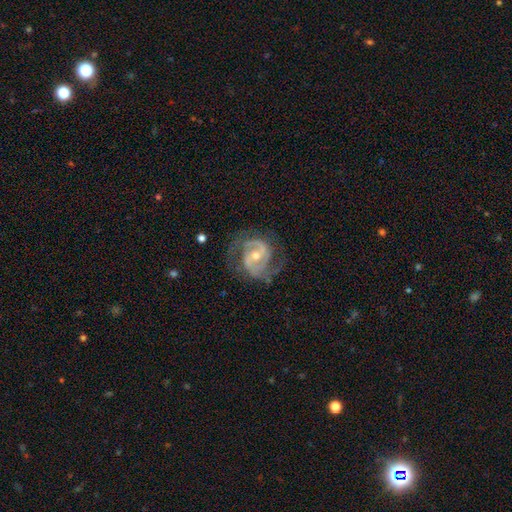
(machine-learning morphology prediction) Smooth or featured? featured or disk (90%)
Edge-on disk? no (98%)
Bar? weak (43%)
Spiral arms? yes (97%)
Spiral winding? medium (51%)
Spiral arm count? 2 (84%)
Bulge size? moderate (55%)
Merging? none (73%)